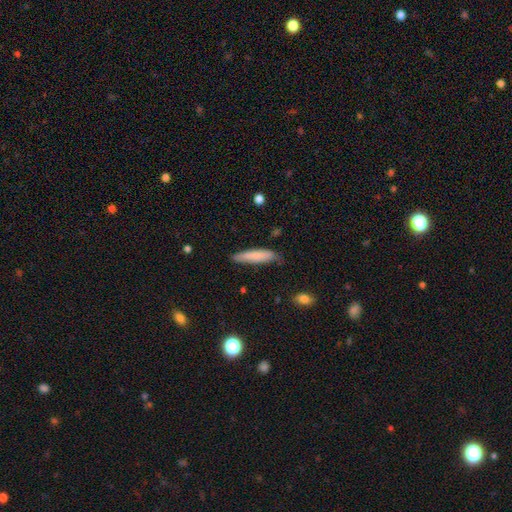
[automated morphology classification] smooth 79%, featured or disk 15%, star or artifact 6%. Down the decision tree: how rounded — cigar-shaped (86%); merging — none (77%).